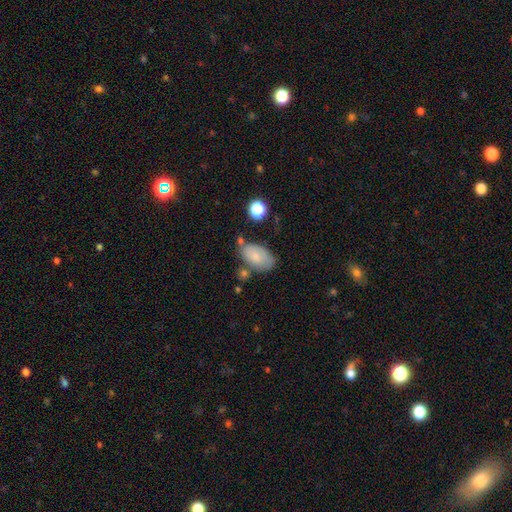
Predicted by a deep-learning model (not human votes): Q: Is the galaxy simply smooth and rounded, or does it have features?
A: smooth — 73%.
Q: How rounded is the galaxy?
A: in between — 93%.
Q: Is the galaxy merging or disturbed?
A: none — 55%.